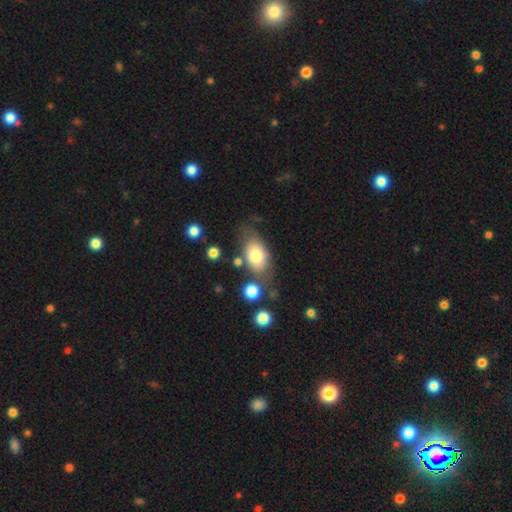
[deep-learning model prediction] smooth-or-featured: smooth: 74% | featured or disk: 19% | star or artifact: 7%
  how-rounded: in between: 88% | round: 9% | cigar-shaped: 3%
  merging: none: 61% | minor disturbance: 20% | merger: 10% | major disturbance: 8%